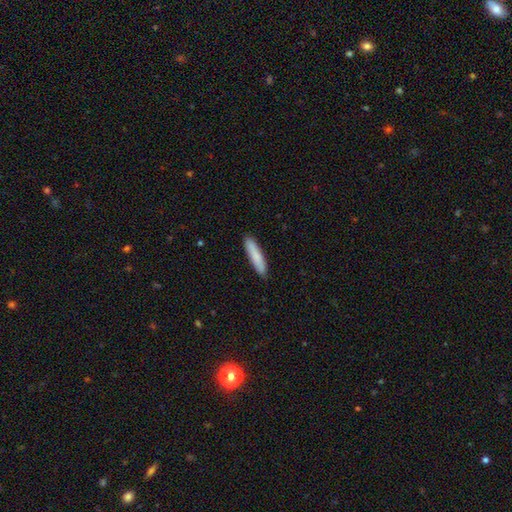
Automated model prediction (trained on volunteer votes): A smooth galaxy with no disk features (84%) that is cigar-shaped (86%). Merging: none (90%).